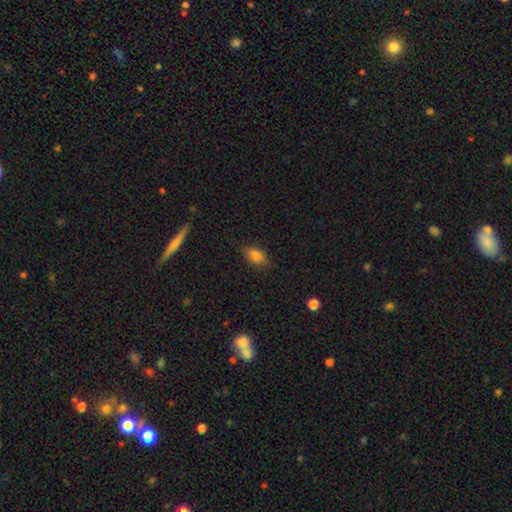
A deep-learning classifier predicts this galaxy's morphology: This appears to be a smooth galaxy with no disk features (77%) that is in between round and cigar-shaped (80%). Merging: none (80%).